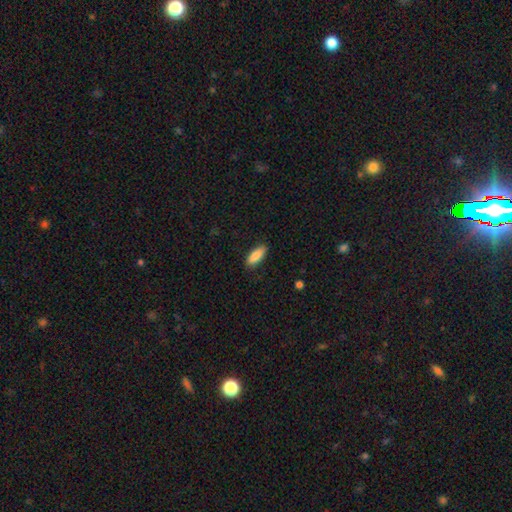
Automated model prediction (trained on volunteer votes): Smooth or featured: smooth — 88% (star or artifact — 6%)
How rounded: in between — 77% (cigar-shaped — 21%)
Merging: none — 85% (minor disturbance — 11%)